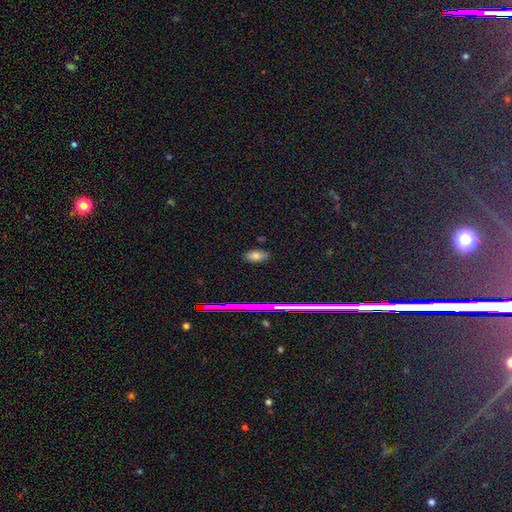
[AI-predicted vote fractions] Smooth or featured?
  - smooth: 76% *
  - star or artifact: 15%
  - featured or disk: 9%
How rounded?
  - in between: 88% *
  - round: 8%
  - cigar-shaped: 3%
Merging?
  - none: 84% *
  - minor disturbance: 11%
  - major disturbance: 2%
  - merger: 2%